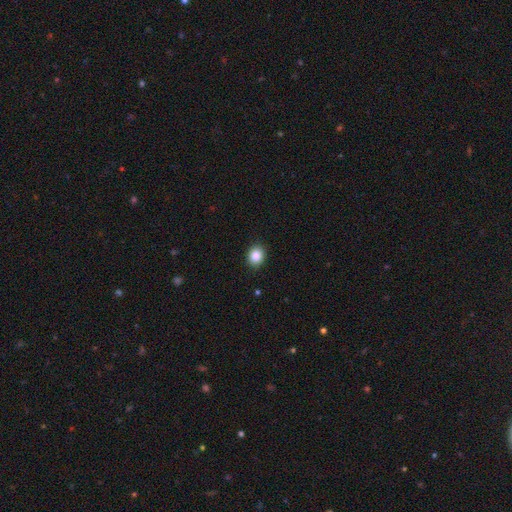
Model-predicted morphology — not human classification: Q: Smooth or featured?
A: smooth (87%); runner-up: star or artifact (9%)
Q: How rounded?
A: round (57%); runner-up: in between (42%)
Q: Merging?
A: none (90%); runner-up: minor disturbance (7%)